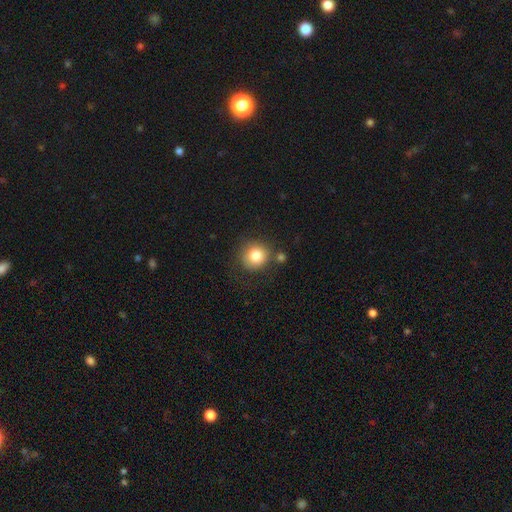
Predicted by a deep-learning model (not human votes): Smooth or featured? Predicted: smooth (p=0.83). How rounded? Predicted: round (p=0.88). Merging? Predicted: none (p=0.72).